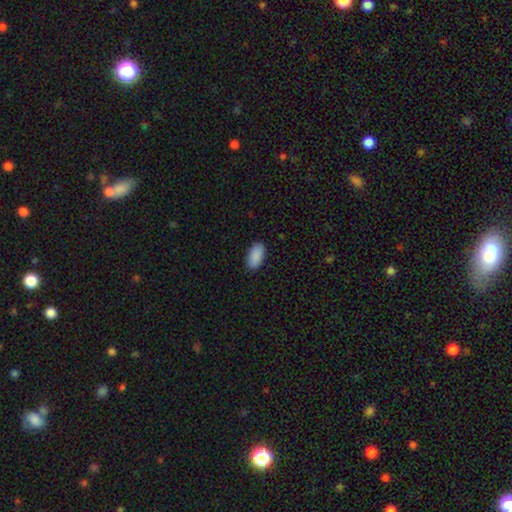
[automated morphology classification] Smooth or featured? smooth (91%)
How rounded? in between (92%)
Merging? none (88%)